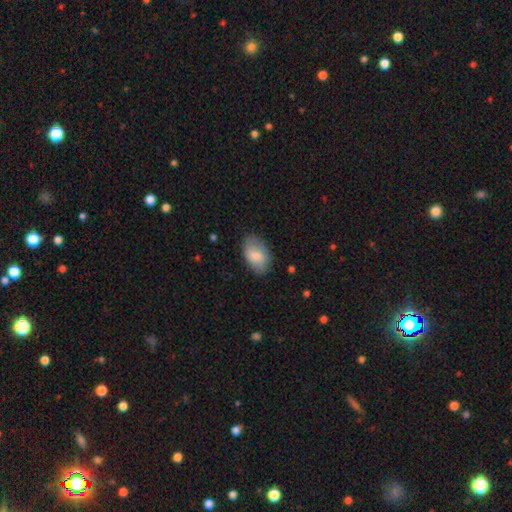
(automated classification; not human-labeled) A smooth galaxy with no disk features (80%) that is in between round and cigar-shaped (91%).

Vote fractions:
- Smooth or featured? smooth: 80% / featured or disk: 14% / star or artifact: 6%
- How rounded? in between: 91% / round: 7% / cigar-shaped: 1%
- Merging? none: 75% / minor disturbance: 19% / major disturbance: 4% / merger: 1%